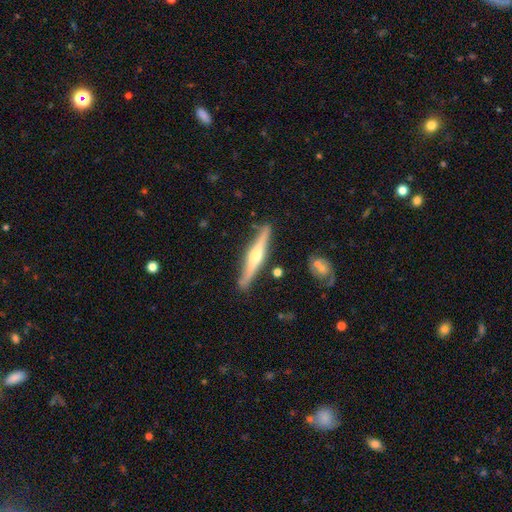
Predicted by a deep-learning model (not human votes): Smooth or featured? Predicted: featured or disk (p=0.74). Edge-on disk? Predicted: yes (p=0.97). Edge-on bulge? Predicted: rounded (p=0.89). Merging? Predicted: none (p=0.87).